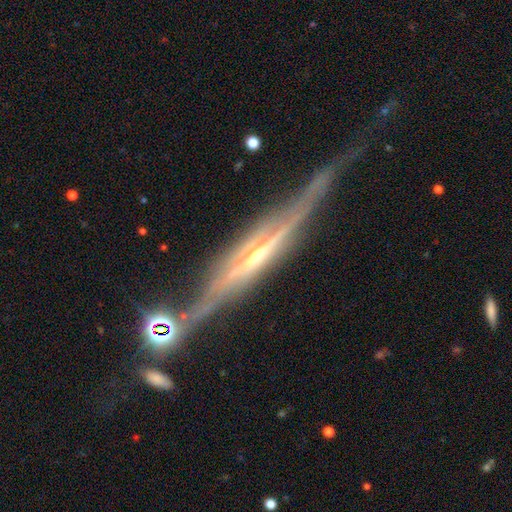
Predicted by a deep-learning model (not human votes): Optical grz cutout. It shows a featured or disk galaxy (87%) viewed edge-on (94%) with a rounded central bulge (65%). Merging: none (67%).